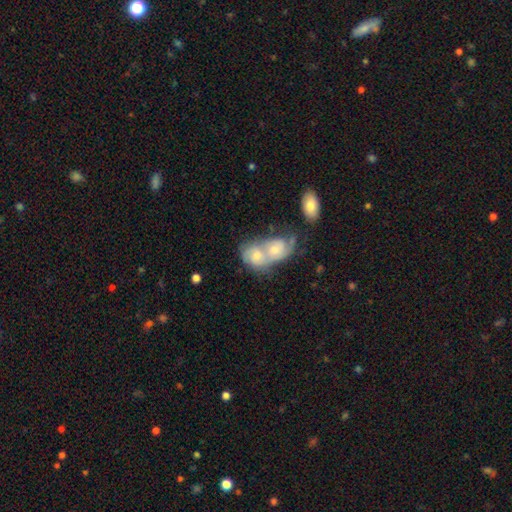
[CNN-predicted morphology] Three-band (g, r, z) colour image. It shows a featured or disk galaxy (52%). Merging: merger (81%).